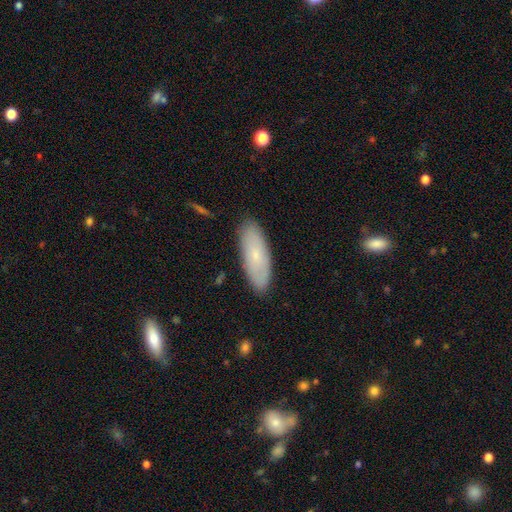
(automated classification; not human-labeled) smooth 67%, featured or disk 26%, star or artifact 7%. Down the decision tree: how rounded — in between (70%); merging — none (85%).